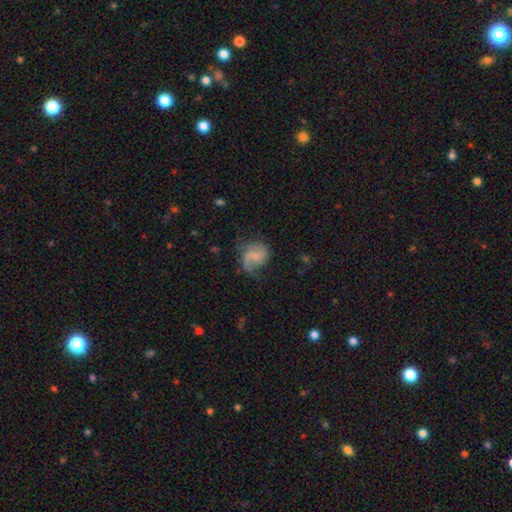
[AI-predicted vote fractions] Overall: featured or disk (59%; smooth 33%). Edge-on disk: no (98%). Bar: no (51%; weak 41%). Spiral arms: yes (88%). Spiral arm count: 2 (62%; 1 25%). Spiral winding: loose (46%; medium 39%). Bulge size: small (46%; none 34%). Merging: none (47%; minor disturbance 27%).